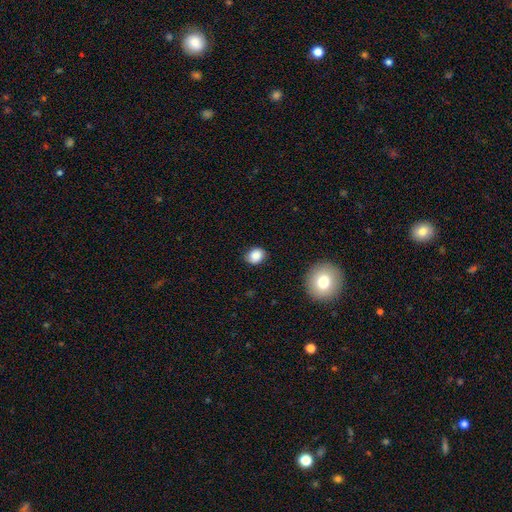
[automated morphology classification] A smooth galaxy with no disk features (86%) that is round (57%). Merging: none (83%).